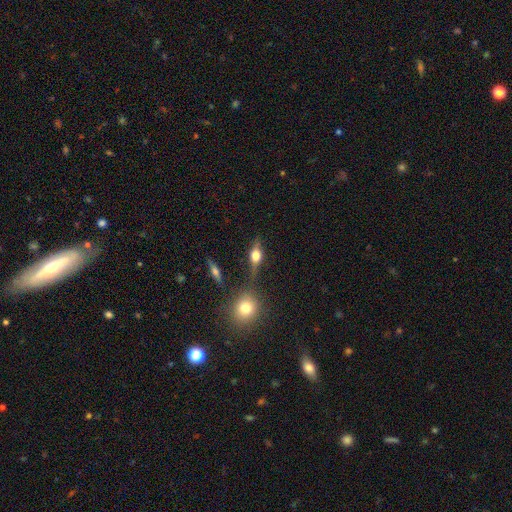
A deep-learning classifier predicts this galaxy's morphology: Smooth or featured: featured or disk — 57% (smooth — 32%)
Edge-on disk: yes — 90% (no — 10%)
Edge-on bulge: rounded — 95% (boxy — 4%)
Merging: none — 72% (minor disturbance — 14%)